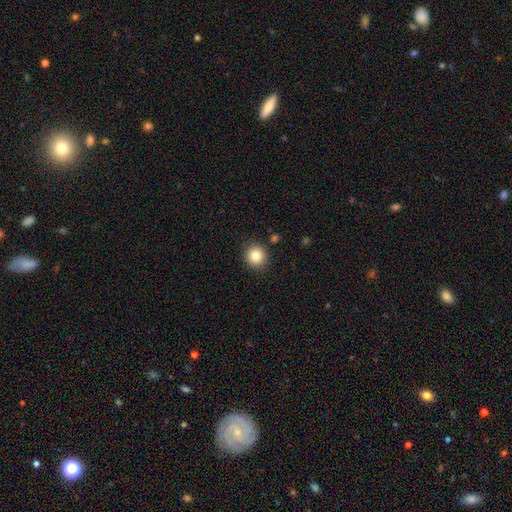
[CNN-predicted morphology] The model was most divided on "smooth or featured": smooth: 84%, star or artifact: 10%, featured or disk: 6%. More confident: how rounded — round (89%); merging — none (89%).